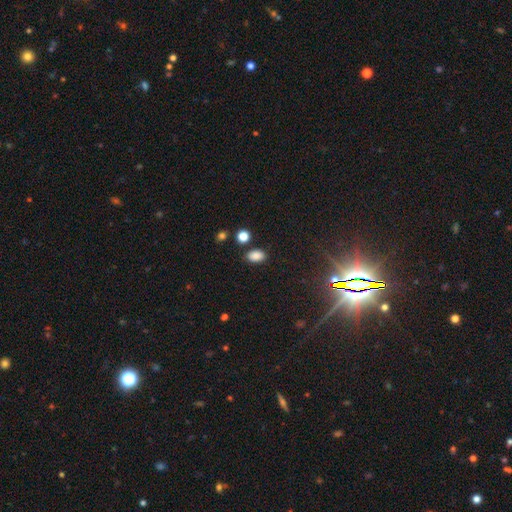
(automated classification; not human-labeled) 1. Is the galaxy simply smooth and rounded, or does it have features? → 85% smooth, 11% star or artifact, 4% featured or disk.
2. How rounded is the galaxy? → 88% in between, 10% round, 2% cigar-shaped.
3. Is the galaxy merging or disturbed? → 80% none, 12% minor disturbance, 4% merger, 3% major disturbance.